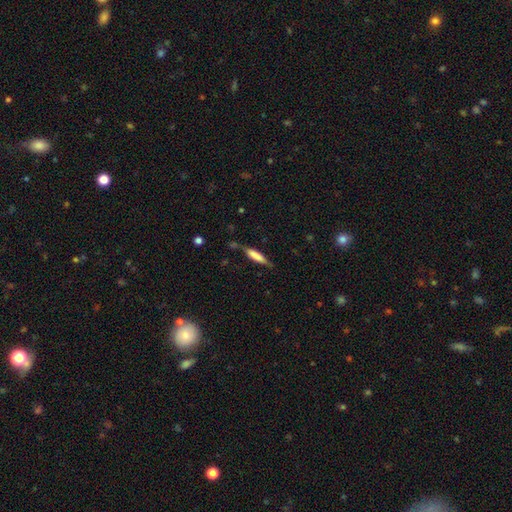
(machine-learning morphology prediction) Q: Smooth or featured?
A: smooth (71%); runner-up: featured or disk (23%)
Q: How rounded?
A: cigar-shaped (78%); runner-up: in between (21%)
Q: Merging?
A: none (69%); runner-up: minor disturbance (21%)